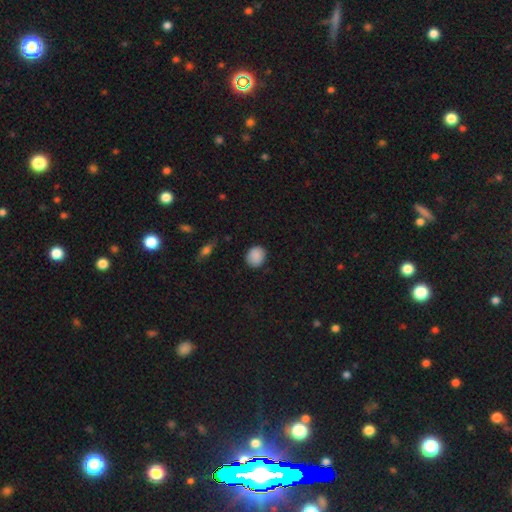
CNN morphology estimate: Overall: smooth (89%). How rounded: round (76%). Merging: none (85%).